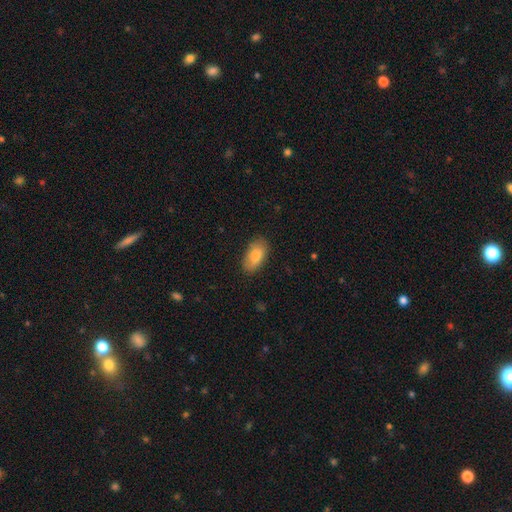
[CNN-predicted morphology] Q: Smooth or featured?
A: smooth (83%); runner-up: featured or disk (11%)
Q: How rounded?
A: in between (91%); runner-up: cigar-shaped (6%)
Q: Merging?
A: none (82%); runner-up: minor disturbance (14%)